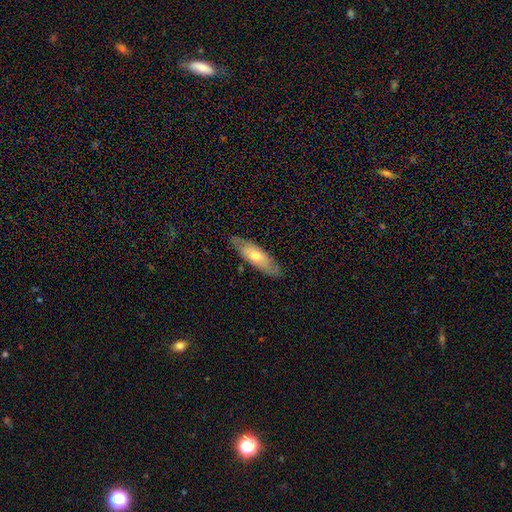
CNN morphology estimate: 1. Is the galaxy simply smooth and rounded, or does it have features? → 52% smooth, 42% featured or disk, 6% star or artifact.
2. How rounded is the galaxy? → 52% cigar-shaped, 46% in between, 2% round.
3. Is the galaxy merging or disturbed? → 82% none, 14% minor disturbance, 3% major disturbance, 1% merger.